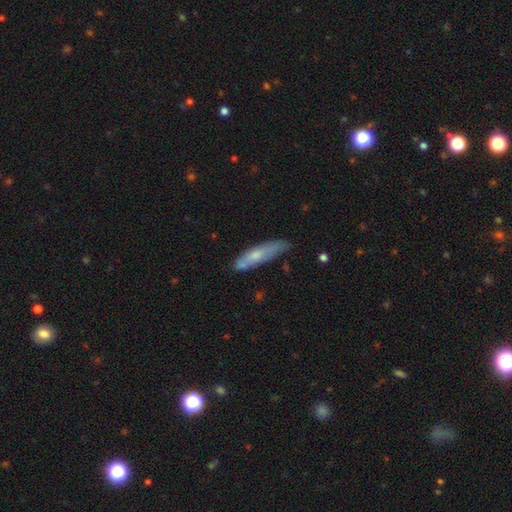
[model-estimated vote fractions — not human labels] A smooth galaxy with no disk features (58%) that is cigar-shaped (81%). Merging: none (69%).